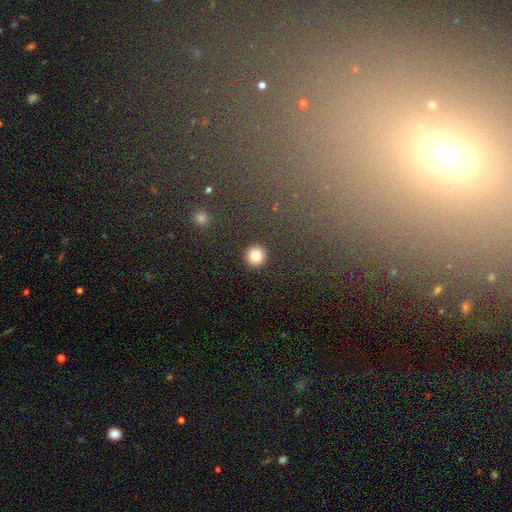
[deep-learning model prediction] A smooth galaxy with no disk features (82%) that is round (95%). Merging: none (92%).